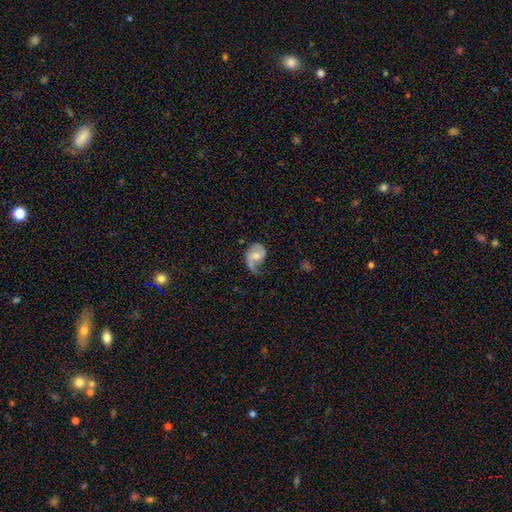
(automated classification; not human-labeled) Smooth or featured? Predicted: featured or disk (p=0.72). Edge-on disk? Predicted: no (p=0.98). Bar? Predicted: no (p=0.46). Spiral arms? Predicted: yes (p=0.91). Spiral winding? Predicted: loose (p=0.47). Spiral arm count? Predicted: 2 (p=0.66). Bulge size? Predicted: moderate (p=0.55). Merging? Predicted: none (p=0.43).